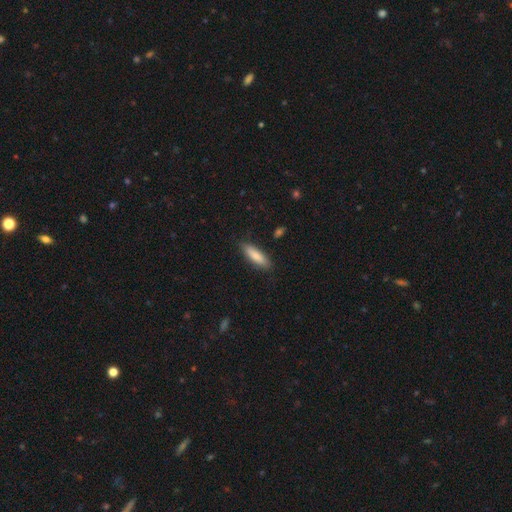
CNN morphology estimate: type=smooth (83%); roundness=cigar-shaped (56%); merging=none (85%).